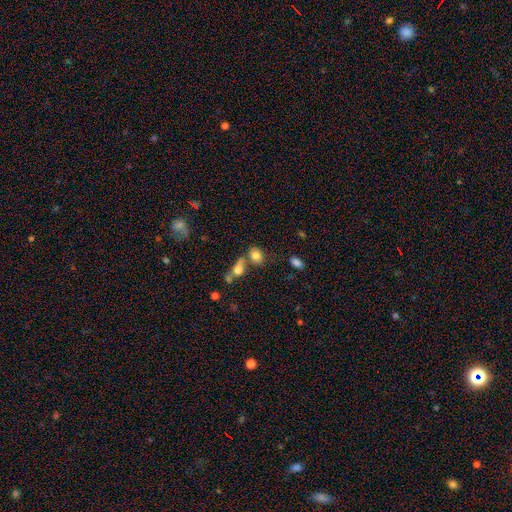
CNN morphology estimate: Q: Smooth or featured?
A: smooth (79%); runner-up: featured or disk (11%)
Q: How rounded?
A: in between (59%); runner-up: round (38%)
Q: Merging?
A: none (49%); runner-up: merger (33%)